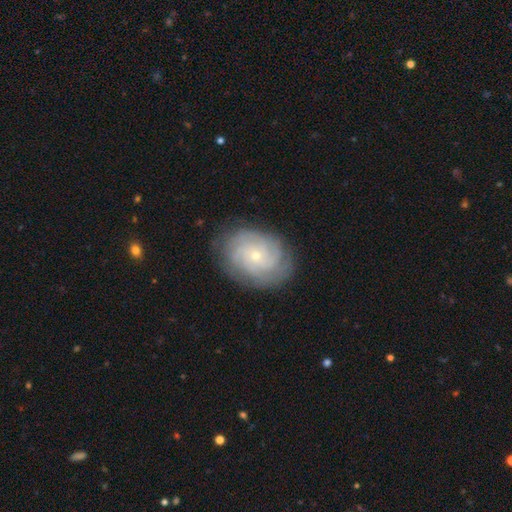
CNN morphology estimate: This is clearly a featured or disk galaxy (80%). It is clearly not viewed edge-on (97%). Bar: likely no (79%). Spiral arm pattern: clearly yes (96%). Spiral arm count: marginally can't tell (31%). Spiral winding: likely tight (74%). Central bulge: likely small (78%). Merging: clearly none (82%).